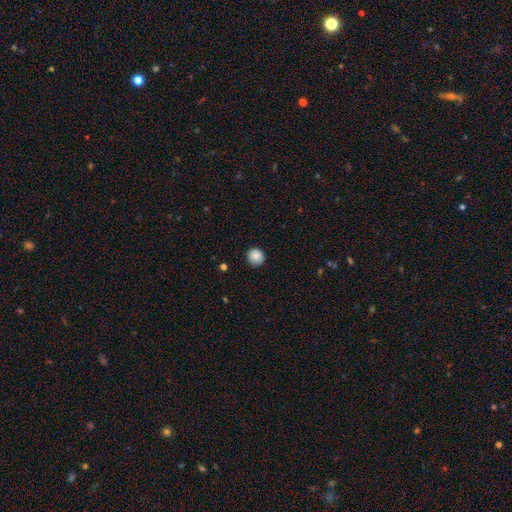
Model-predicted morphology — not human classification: type=smooth (86%); roundness=round (94%); merging=none (88%).